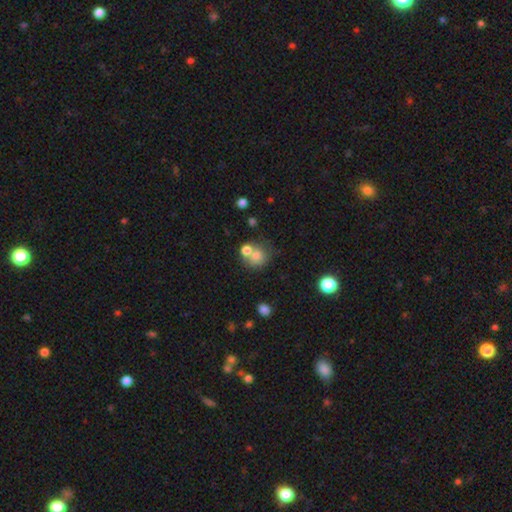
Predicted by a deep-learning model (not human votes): This appears to be a smooth galaxy with no disk features (75%) that is round (80%). Merging: none (44%).